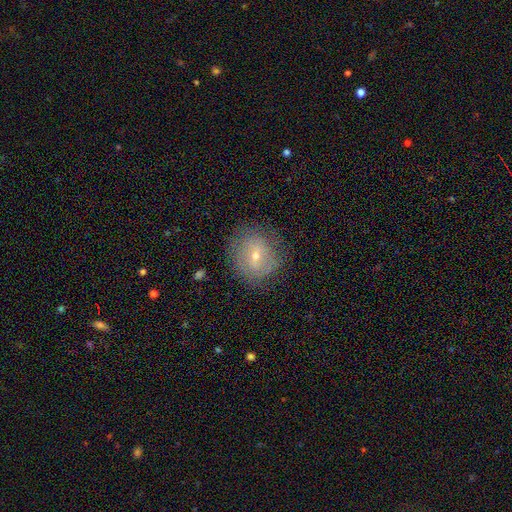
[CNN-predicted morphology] This is possibly a featured or disk galaxy (47%). Merging: likely none (75%).